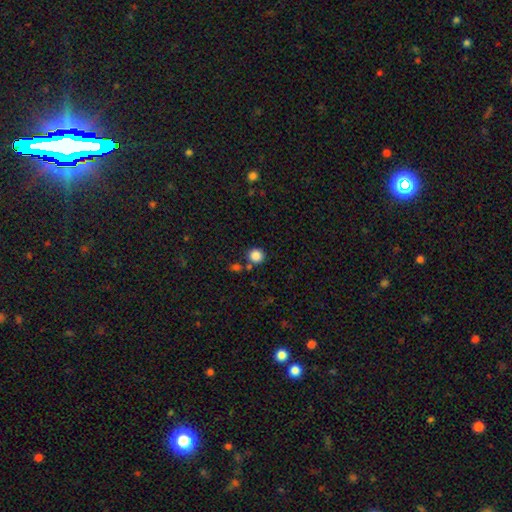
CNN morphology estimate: Smooth or featured? Predicted: smooth (p=0.86). How rounded? Predicted: round (p=0.93). Merging? Predicted: none (p=0.82).